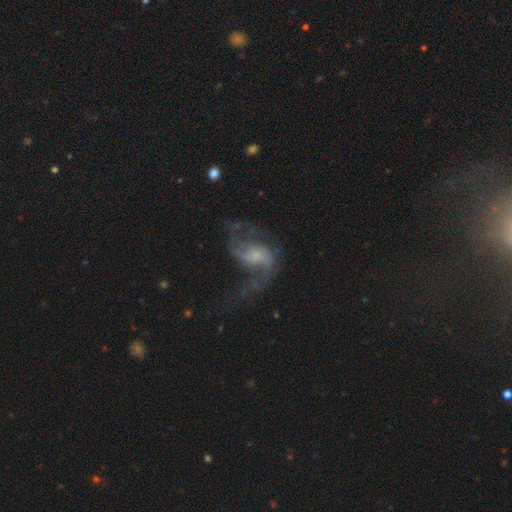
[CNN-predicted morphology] Smooth or featured: featured or disk — 82% (smooth — 11%)
Edge-on disk: no — 97% (yes — 3%)
Bar: no — 53% (weak — 39%)
Spiral arms: yes — 92% (no — 8%)
Spiral winding: loose — 66% (medium — 29%)
Spiral arm count: 2 — 85% (1 — 5%)
Bulge size: small — 49% (moderate — 25%)
Merging: none — 48% (major disturbance — 31%)